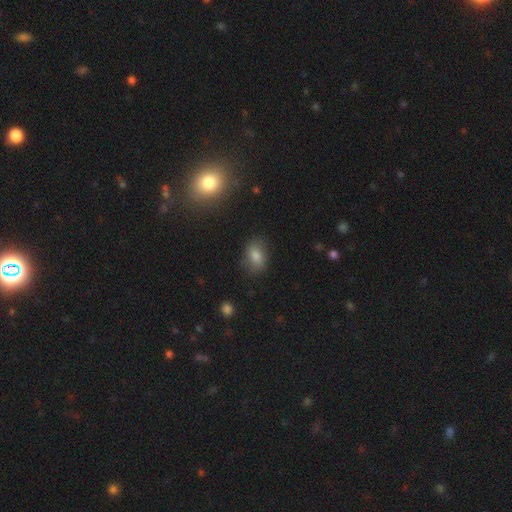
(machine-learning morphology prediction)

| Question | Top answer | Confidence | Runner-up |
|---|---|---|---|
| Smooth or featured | smooth | 78% | star or artifact (12%) |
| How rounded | in between | 78% | round (20%) |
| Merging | none | 77% | minor disturbance (17%) |